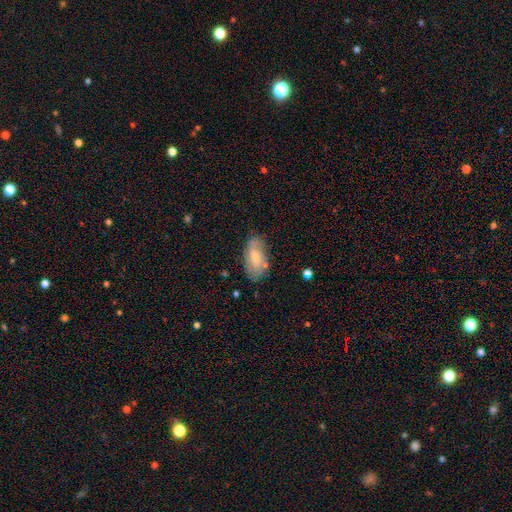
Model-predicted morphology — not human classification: This is possibly a smooth galaxy (47%). Merging: likely none (72%).